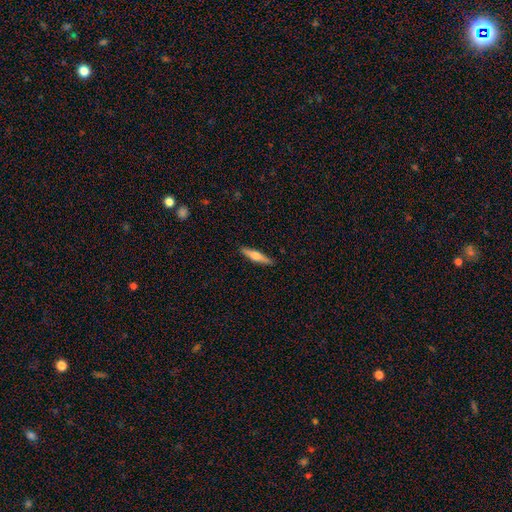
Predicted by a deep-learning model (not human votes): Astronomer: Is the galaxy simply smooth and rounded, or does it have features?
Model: smooth — 48% (runner-up: featured or disk, 46%).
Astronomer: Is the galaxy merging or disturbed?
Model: none — 90%.